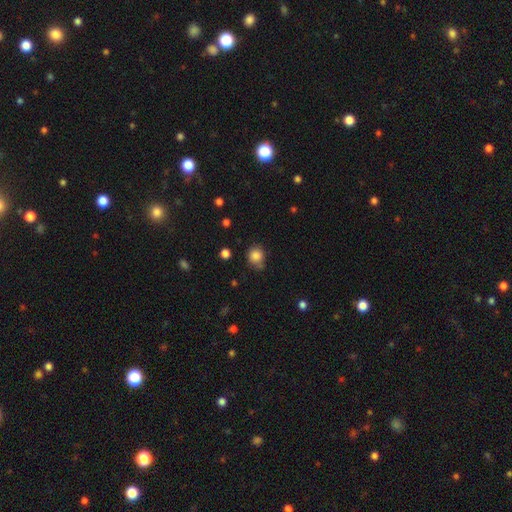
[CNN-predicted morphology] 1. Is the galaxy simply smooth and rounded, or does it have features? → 84% smooth, 11% star or artifact, 5% featured or disk.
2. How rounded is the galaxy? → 81% round, 18% in between, 1% cigar-shaped.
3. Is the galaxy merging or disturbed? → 69% none, 20% minor disturbance, 6% merger, 5% major disturbance.